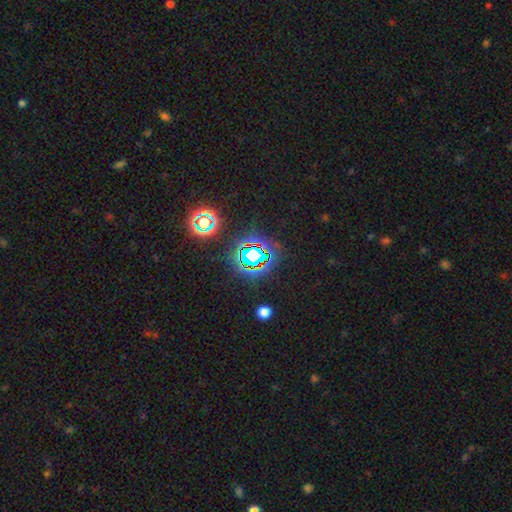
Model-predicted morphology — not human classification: Q: Smooth or featured?
A: star or artifact (70%); runner-up: smooth (17%)